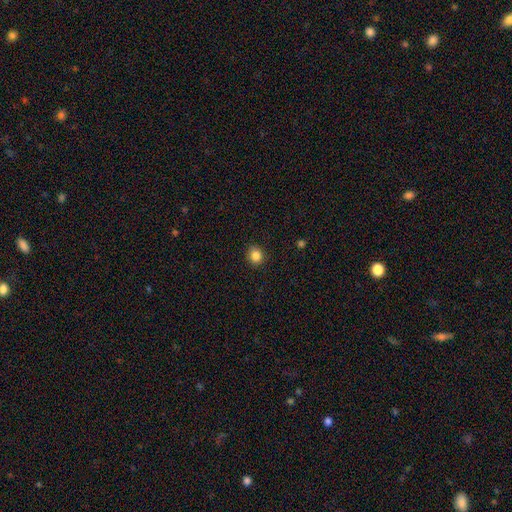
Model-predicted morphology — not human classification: smooth 85%, star or artifact 11%, featured or disk 4%. Down the decision tree: how rounded — round (81%); merging — none (90%).